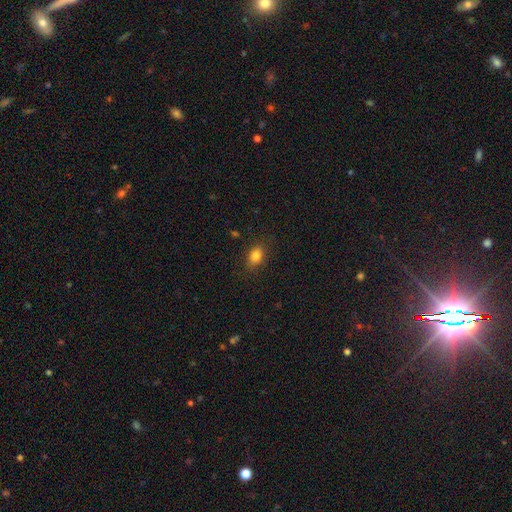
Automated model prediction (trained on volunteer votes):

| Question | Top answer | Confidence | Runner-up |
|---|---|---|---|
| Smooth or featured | smooth | 83% | star or artifact (10%) |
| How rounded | in between | 77% | round (20%) |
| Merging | none | 84% | minor disturbance (12%) |